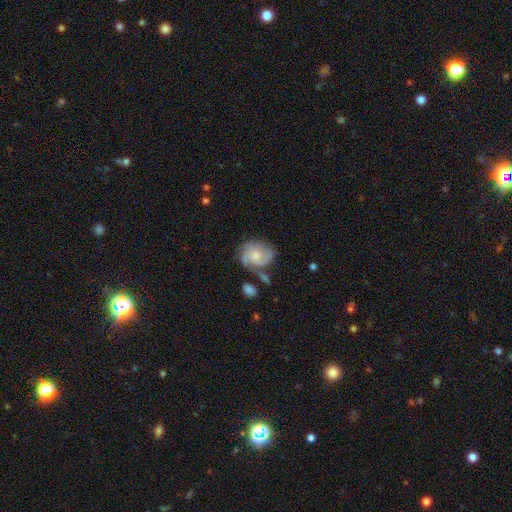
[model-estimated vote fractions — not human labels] Smooth or featured?
  - featured or disk: 61% *
  - smooth: 32%
  - star or artifact: 7%
Edge-on disk?
  - no: 98% *
  - yes: 2%
Bar?
  - no: 75% *
  - weak: 22%
  - strong: 3%
Spiral arms?
  - yes: 87% *
  - no: 13%
Spiral winding?
  - tight: 43% *
  - medium: 41%
  - loose: 16%
Spiral arm count?
  - 2: 30% *
  - can't tell: 27%
  - 3: 27%
  - 4: 7%
  - 1: 5%
  - more than 4: 4%
Bulge size?
  - small: 52% *
  - moderate: 37%
  - none: 7%
  - large: 4%
  - dominant: 1%
Merging?
  - none: 56% *
  - minor disturbance: 23%
  - major disturbance: 11%
  - merger: 10%